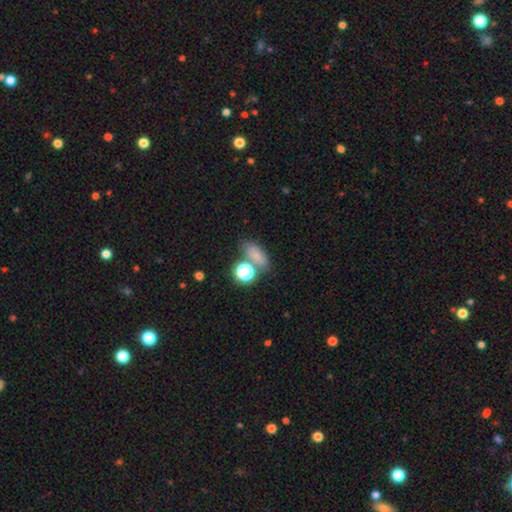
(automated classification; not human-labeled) Smooth or featured? smooth (73%)
How rounded? in between (67%)
Merging? none (63%)